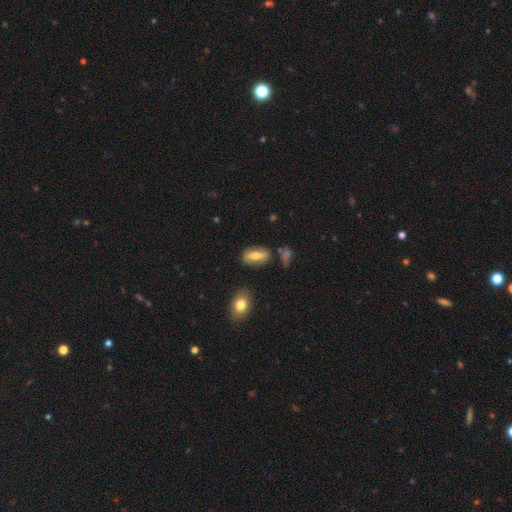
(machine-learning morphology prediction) Overall: smooth (57%; featured or disk 35%). How rounded: in between (77%). Merging: none (74%).